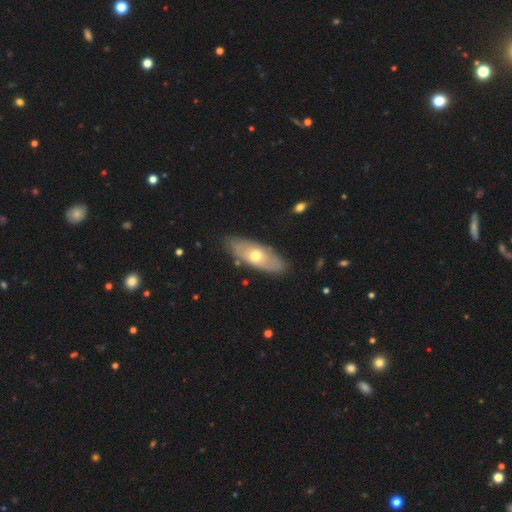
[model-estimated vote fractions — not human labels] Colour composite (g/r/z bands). It shows a smooth galaxy with no disk features (49%). Merging: none (80%).